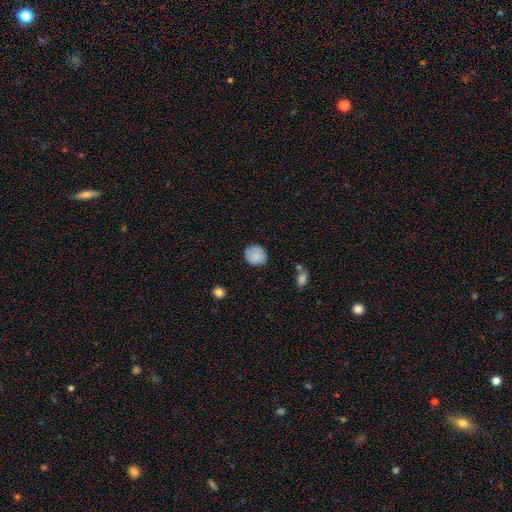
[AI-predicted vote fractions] A smooth galaxy with no disk features (83%) that is round (77%). Merging: none (80%).